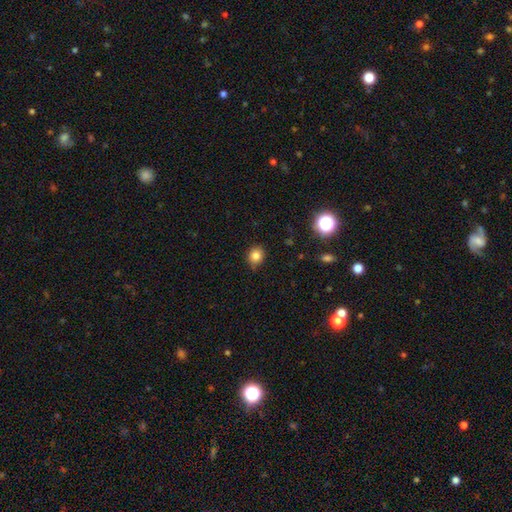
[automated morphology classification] smooth_or_featured: smooth (p=0.82) [alt: star or artifact p=0.13]
how_rounded: round (p=0.78) [alt: in between p=0.21]
merging: none (p=0.83) [alt: minor disturbance p=0.13]